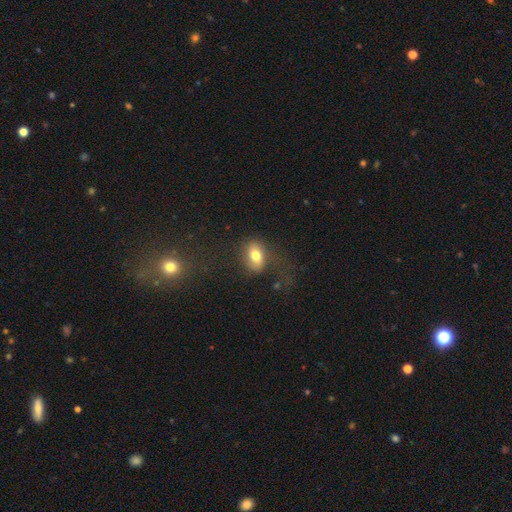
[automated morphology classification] A smooth galaxy with no disk features (75%) that is in between round and cigar-shaped (77%). Merging: none (63%).